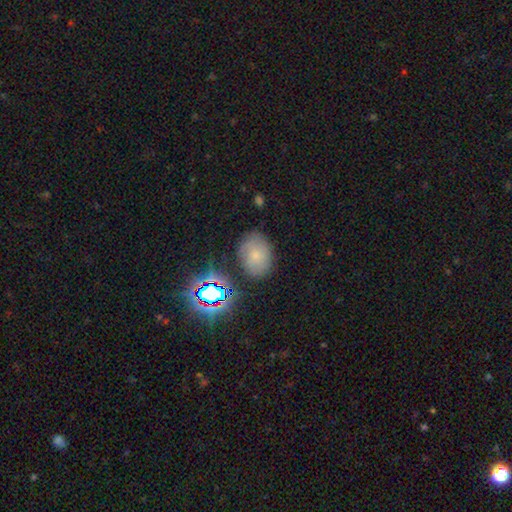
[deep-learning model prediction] Overall: smooth (56%; featured or disk 24%). How rounded: in between (67%; round 32%). Merging: none (72%).